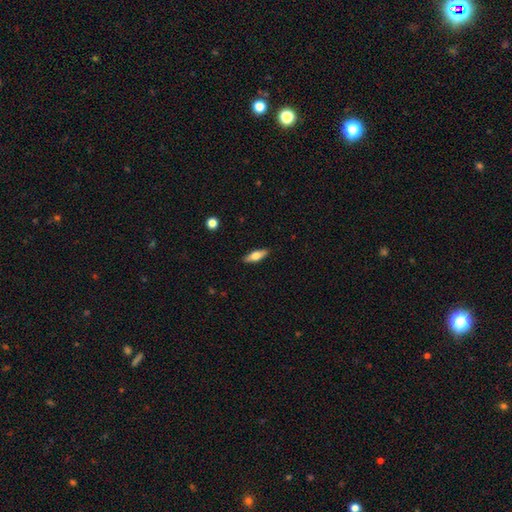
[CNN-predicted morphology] Smooth or featured? smooth (57%)
How rounded? in between (52%)
Merging? none (89%)